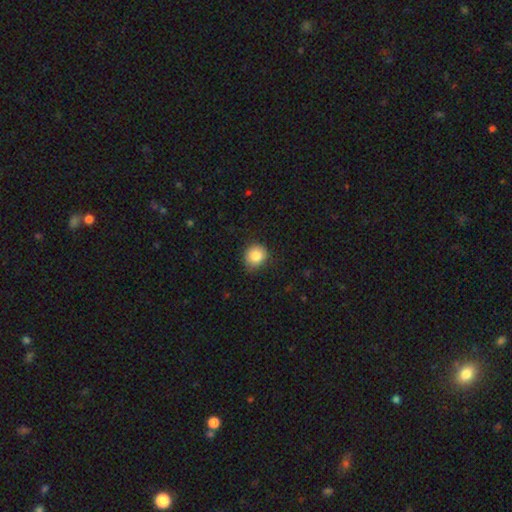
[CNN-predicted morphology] This appears to be a smooth galaxy with no disk features (85%) that is round (82%). Merging: none (78%).